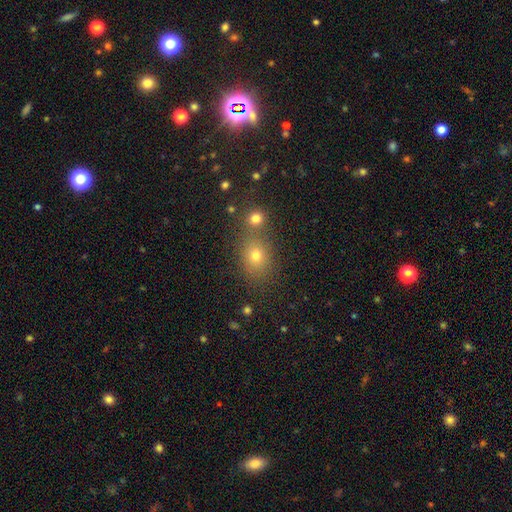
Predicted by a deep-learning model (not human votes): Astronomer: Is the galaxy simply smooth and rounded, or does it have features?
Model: smooth — 71%.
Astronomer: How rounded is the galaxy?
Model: round — 51% (runner-up: in between, 47%).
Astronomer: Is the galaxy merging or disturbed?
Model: none — 63%.